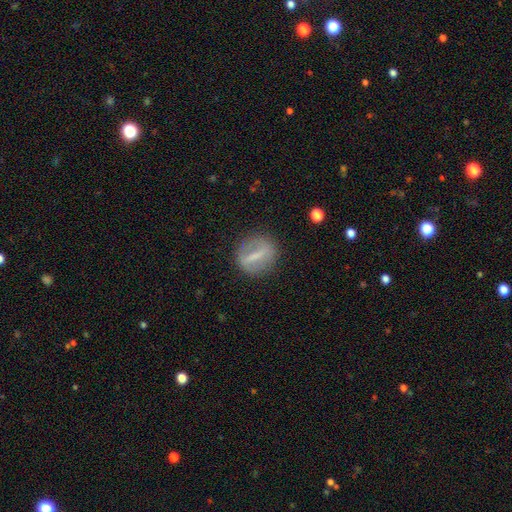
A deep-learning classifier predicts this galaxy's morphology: A featured or disk galaxy (57%). Merging: none (83%).